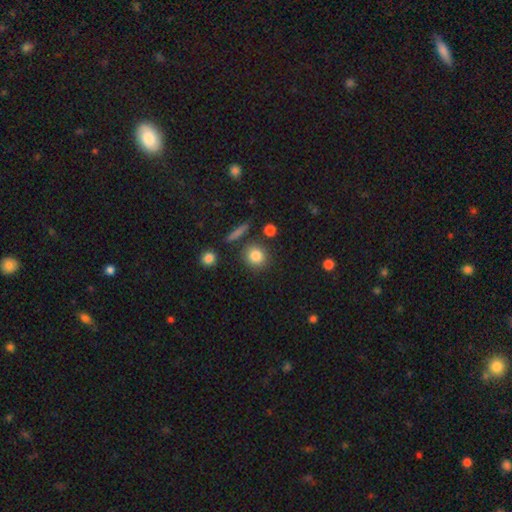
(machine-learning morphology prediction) Overall: smooth (84%). How rounded: round (85%). Merging: none (83%).